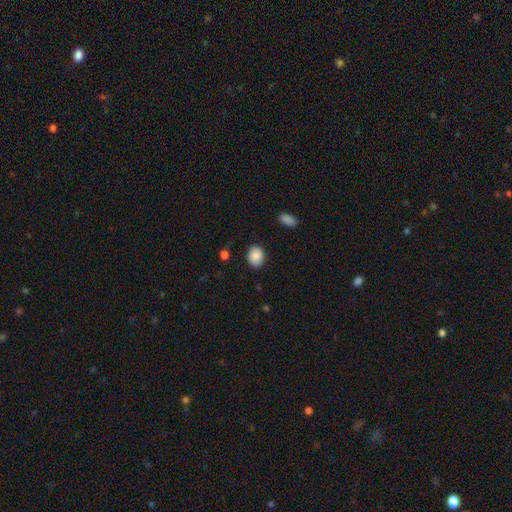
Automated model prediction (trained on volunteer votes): This appears to be a smooth galaxy with no disk features (87%) that is round (51%). Merging: none (83%).